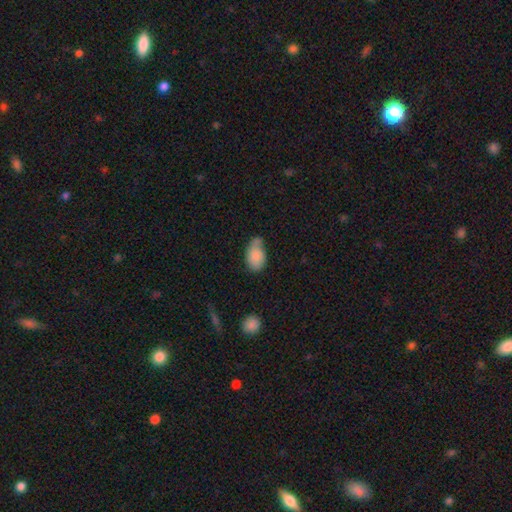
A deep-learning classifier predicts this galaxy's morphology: Smooth or featured? smooth (82%)
How rounded? in between (87%)
Merging? none (40%)